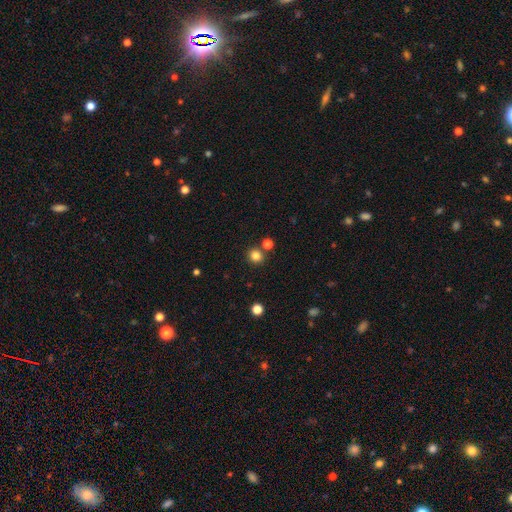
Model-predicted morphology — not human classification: This appears to be a smooth galaxy with no disk features (82%) that is round (90%). Merging: none (82%).